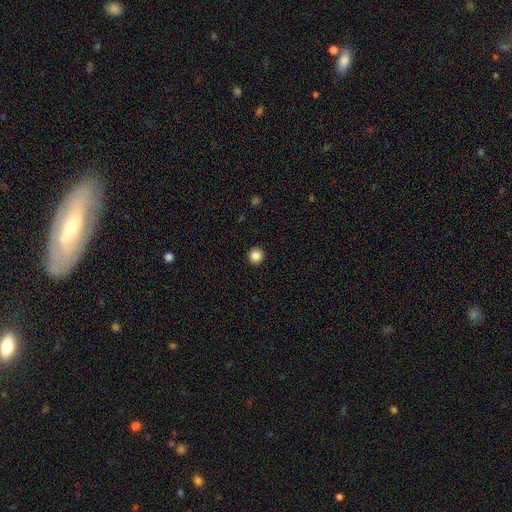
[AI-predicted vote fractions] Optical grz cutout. It shows a smooth galaxy with no disk features (85%) that is round (95%). Merging: none (94%).